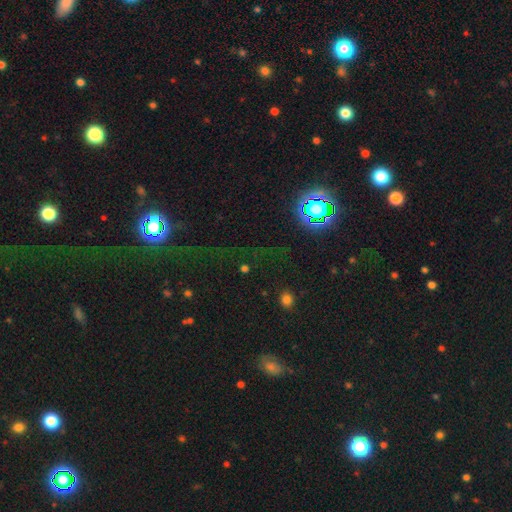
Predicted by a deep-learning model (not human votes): Overall: star or artifact (72%).